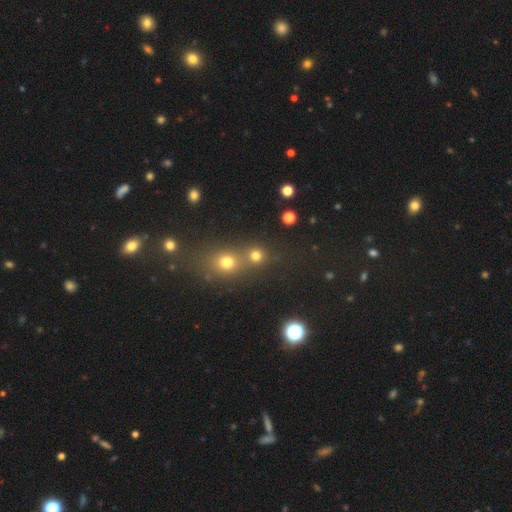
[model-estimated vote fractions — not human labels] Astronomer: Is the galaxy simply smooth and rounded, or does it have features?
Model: smooth — 75%.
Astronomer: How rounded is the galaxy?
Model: round — 88%.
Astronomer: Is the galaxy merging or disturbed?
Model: none — 55% (runner-up: merger, 36%).